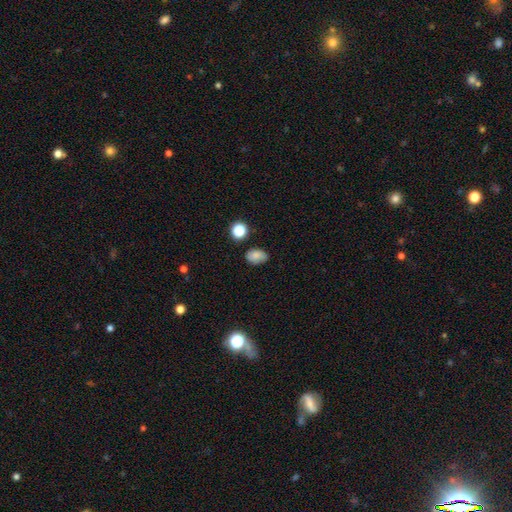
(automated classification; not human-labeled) This is clearly a smooth galaxy (82%). How rounded: clearly in between (82%). Merging: likely none (76%).